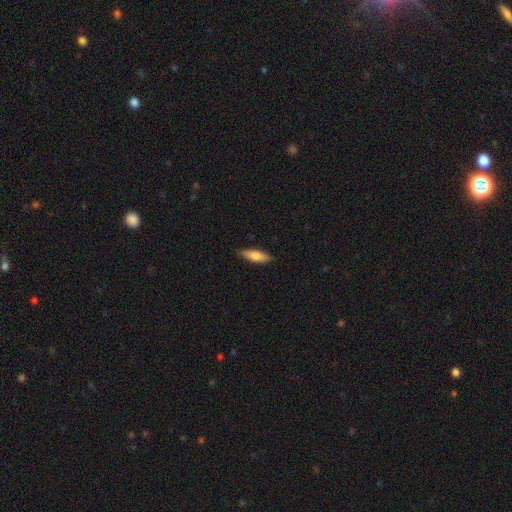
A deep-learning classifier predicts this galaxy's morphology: This appears to be a smooth galaxy with no disk features (77%) that is cigar-shaped (52%). Merging: none (86%).